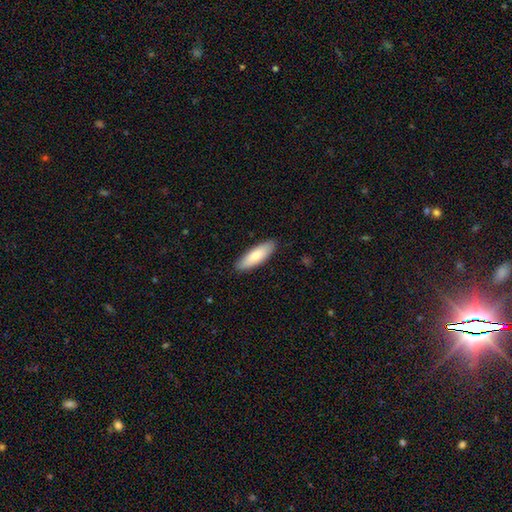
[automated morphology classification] Q: Smooth or featured?
A: smooth (78%); runner-up: featured or disk (16%)
Q: How rounded?
A: in between (55%); runner-up: cigar-shaped (44%)
Q: Merging?
A: none (88%); runner-up: minor disturbance (10%)